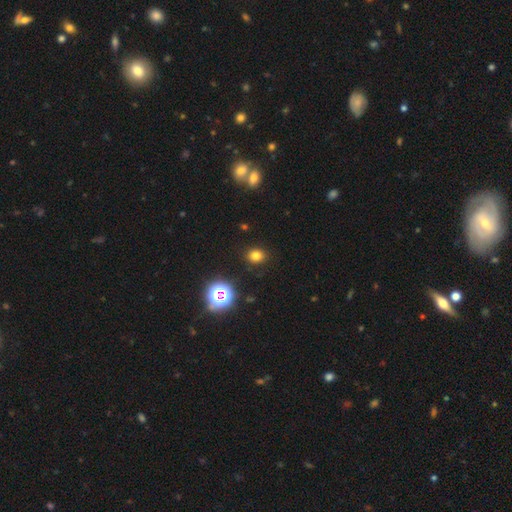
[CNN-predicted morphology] smooth_or_featured: smooth (p=0.76) [alt: star or artifact p=0.18]
how_rounded: round (p=0.62) [alt: in between p=0.37]
merging: none (p=0.89) [alt: minor disturbance p=0.07]